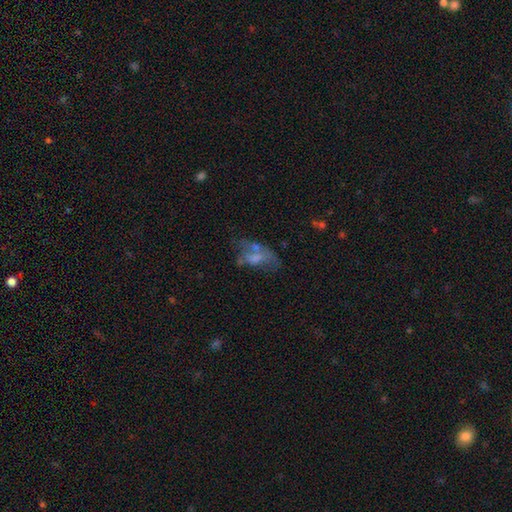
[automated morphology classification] smooth_or_featured: featured or disk (p=0.44) [tied with: smooth p=0.44]
merging: major disturbance (p=0.31) [alt: none p=0.29]